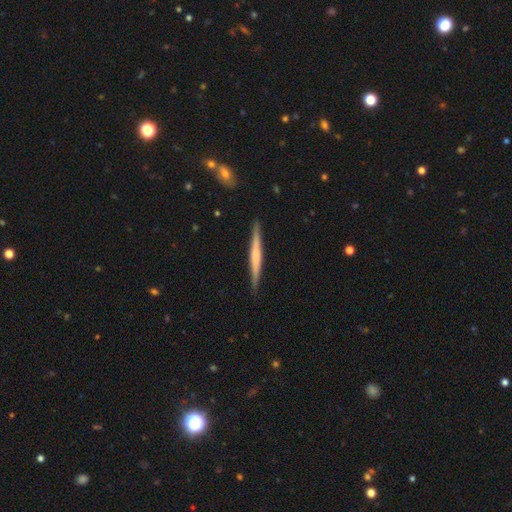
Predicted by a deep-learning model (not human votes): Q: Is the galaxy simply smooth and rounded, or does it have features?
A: featured or disk — 56%.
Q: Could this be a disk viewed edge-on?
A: yes — 98%.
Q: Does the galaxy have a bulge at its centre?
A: none — 48%.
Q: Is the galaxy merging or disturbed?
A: none — 91%.